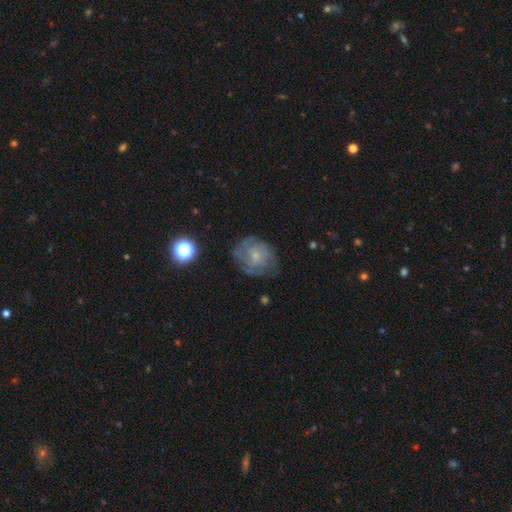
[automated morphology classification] This is likely a featured or disk galaxy (64%). It is clearly not viewed edge-on (97%). Bar: likely no (77%). Spiral arm pattern: clearly yes (84%). Spiral arm count: possibly can't tell (49%). Spiral winding: possibly tight (56%). Central bulge: likely small (69%). Merging: likely none (66%).